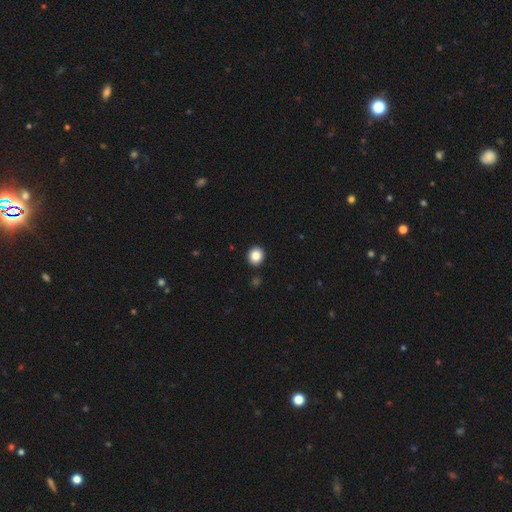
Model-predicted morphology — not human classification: Smooth or featured: smooth — 86% (star or artifact — 10%)
How rounded: round — 79% (in between — 20%)
Merging: none — 91% (minor disturbance — 6%)